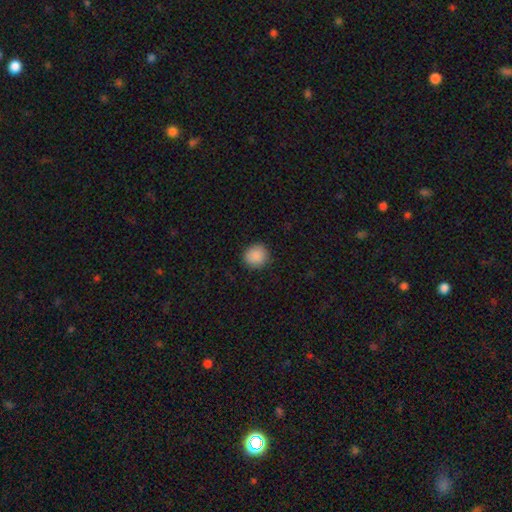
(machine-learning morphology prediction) Smooth or featured? smooth (89%)
How rounded? round (90%)
Merging? none (90%)